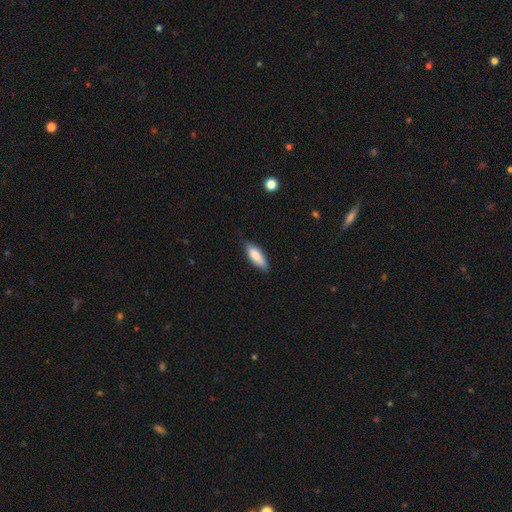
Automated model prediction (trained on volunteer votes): smooth_or_featured: smooth (p=0.85) [alt: featured or disk p=0.10]
how_rounded: in between (p=0.63) [alt: cigar-shaped p=0.36]
merging: none (p=0.76) [alt: minor disturbance p=0.20]